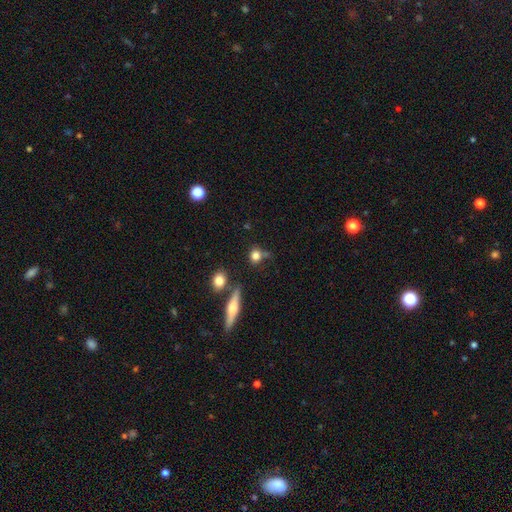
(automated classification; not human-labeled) smooth-or-featured: smooth: 79% | star or artifact: 11% | featured or disk: 10%
  how-rounded: round: 72% | in between: 24% | cigar-shaped: 4%
  merging: none: 62% | minor disturbance: 18% | merger: 13% | major disturbance: 7%